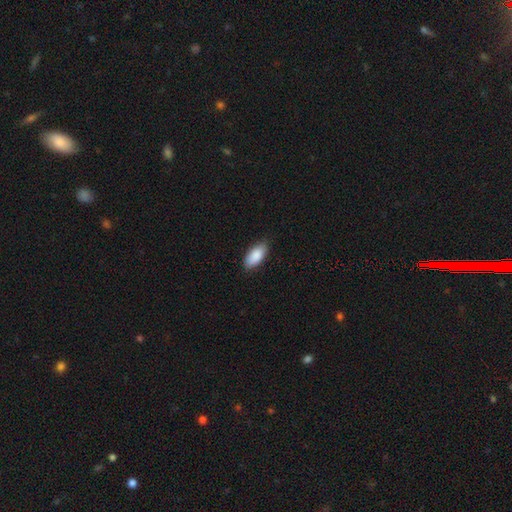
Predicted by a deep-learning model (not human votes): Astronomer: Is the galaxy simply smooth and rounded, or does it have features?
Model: smooth — 89%.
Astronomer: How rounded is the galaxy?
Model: in between — 90%.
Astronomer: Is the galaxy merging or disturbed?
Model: none — 84%.